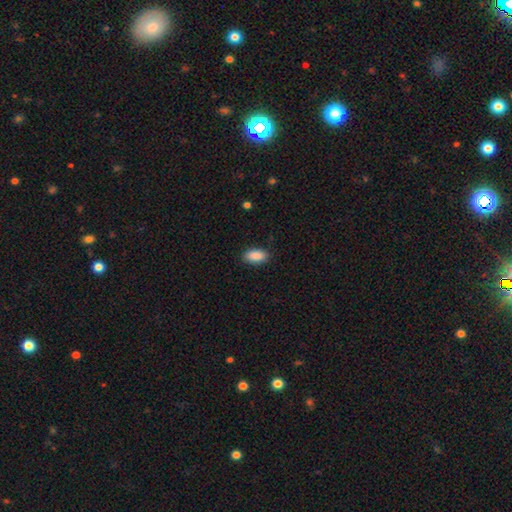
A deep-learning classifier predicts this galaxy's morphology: The model was most divided on "merging": none: 87%, minor disturbance: 10%, major disturbance: 2%, merger: 1%. More confident: how rounded — in between (92%); smooth or featured — smooth (90%).